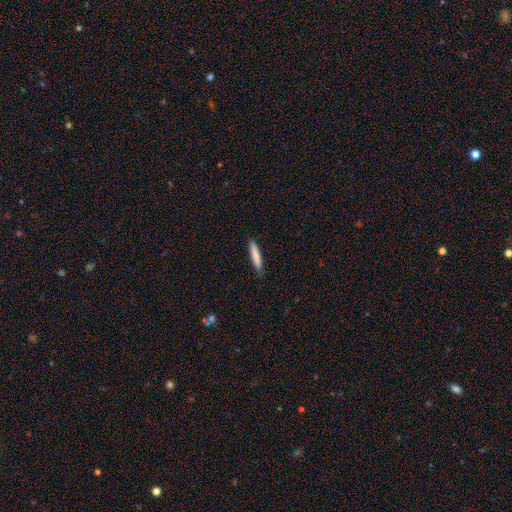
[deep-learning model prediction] smooth_or_featured: smooth (p=0.82) [alt: featured or disk p=0.13]
how_rounded: cigar-shaped (p=0.92) [alt: in between p=0.07]
merging: none (p=0.89) [alt: minor disturbance p=0.08]